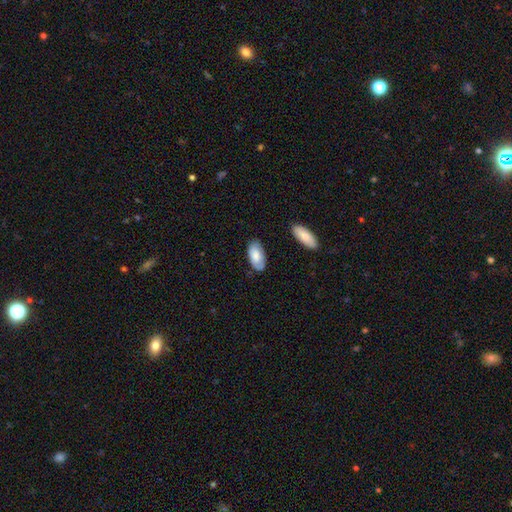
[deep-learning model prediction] Overall: smooth (75%). How rounded: in between (95%). Merging: none (75%).